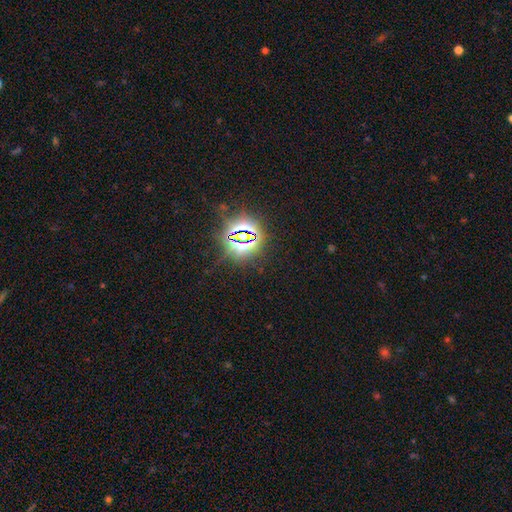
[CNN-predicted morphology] smooth-or-featured: star or artifact: 80% | smooth: 13% | featured or disk: 6%